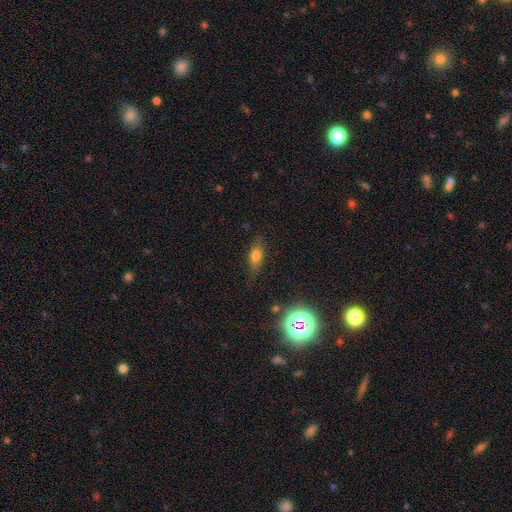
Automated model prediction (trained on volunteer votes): Smooth or featured? smooth (60%)
How rounded? in between (64%)
Merging? none (76%)